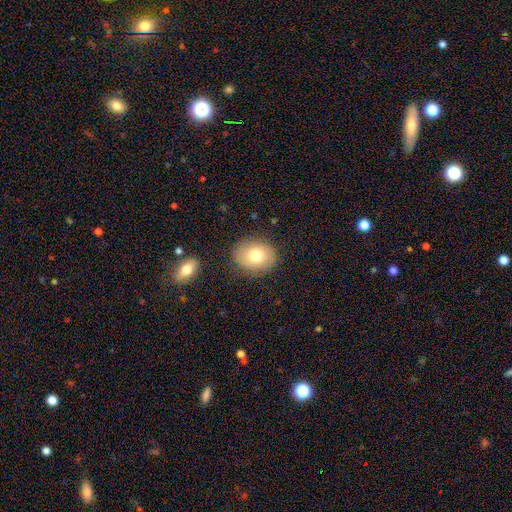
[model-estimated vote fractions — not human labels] A smooth galaxy with no disk features (75%) that is in between round and cigar-shaped (50%). Merging: none (85%).